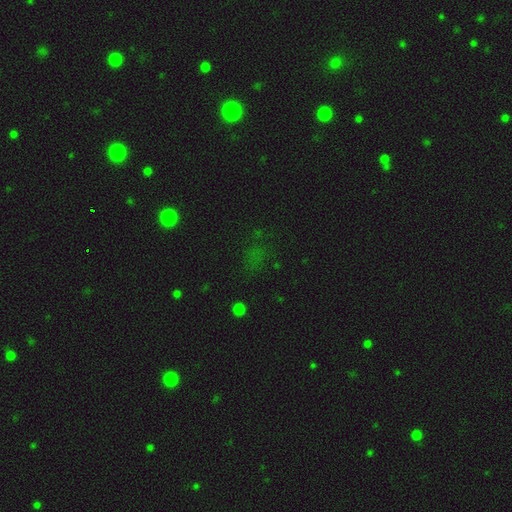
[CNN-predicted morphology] smooth-or-featured: star or artifact: 53% | smooth: 36% | featured or disk: 11%